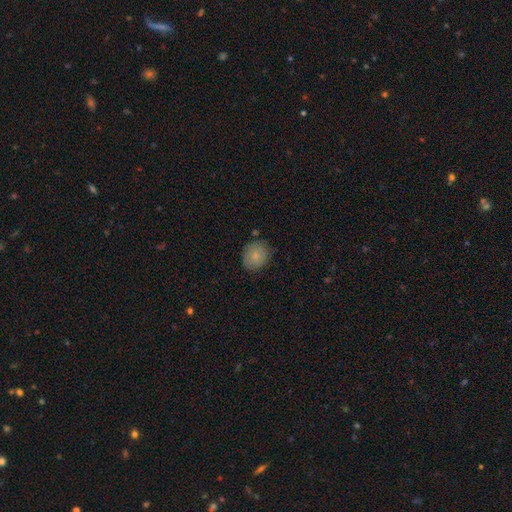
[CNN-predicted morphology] Smooth or featured: smooth — 82% (featured or disk — 10%)
How rounded: round — 65% (in between — 34%)
Merging: none — 78% (minor disturbance — 16%)